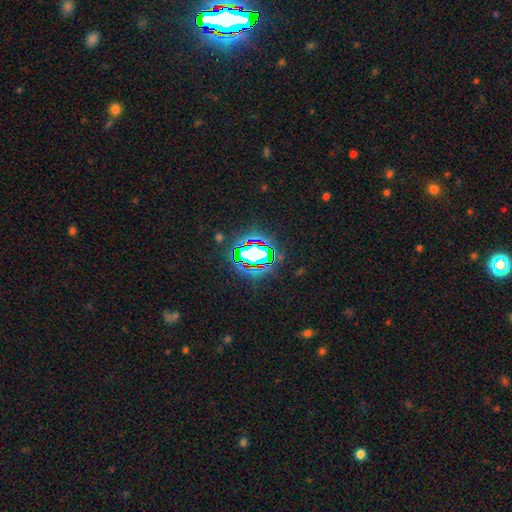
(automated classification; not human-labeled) Smooth or featured: star or artifact — 66% (smooth — 20%)